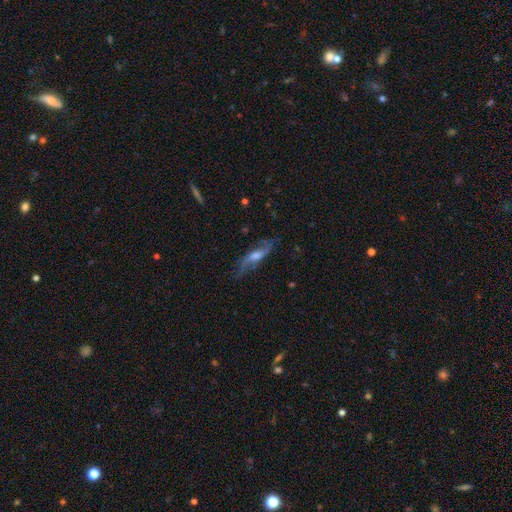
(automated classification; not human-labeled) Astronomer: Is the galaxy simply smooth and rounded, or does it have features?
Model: featured or disk — 72%.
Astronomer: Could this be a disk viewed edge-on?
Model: no — 66%.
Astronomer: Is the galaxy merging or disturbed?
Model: none — 68%.